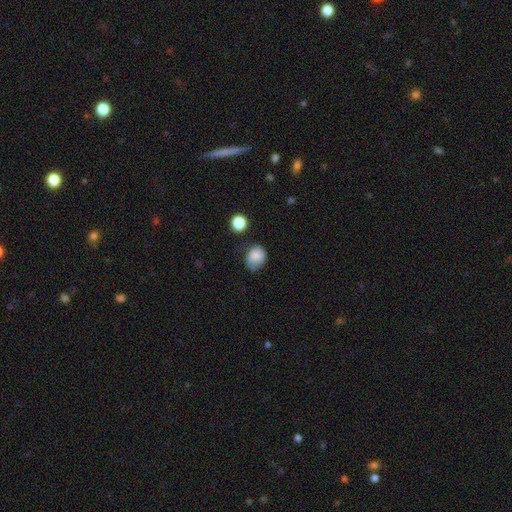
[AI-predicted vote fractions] Q: Smooth or featured?
A: smooth (81%); runner-up: star or artifact (10%)
Q: How rounded?
A: round (51%); runner-up: in between (48%)
Q: Merging?
A: none (53%); runner-up: minor disturbance (33%)